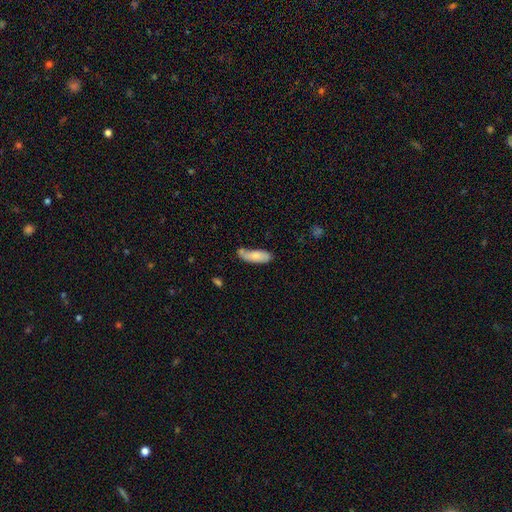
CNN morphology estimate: type=smooth (79%); roundness=in between (63%); merging=none (52%).